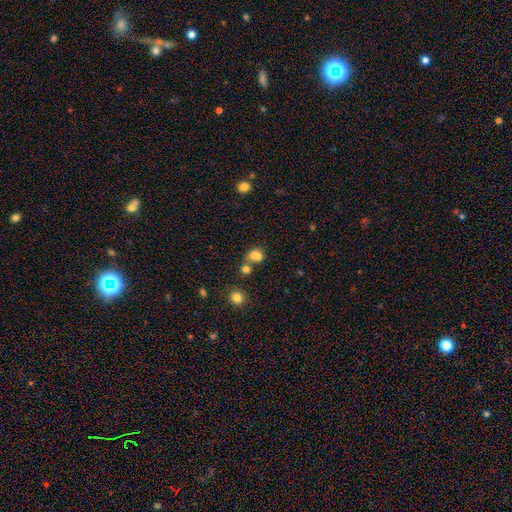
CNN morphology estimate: This appears to be a smooth galaxy with no disk features (76%) that is round (59%). Merging: merger (48%).